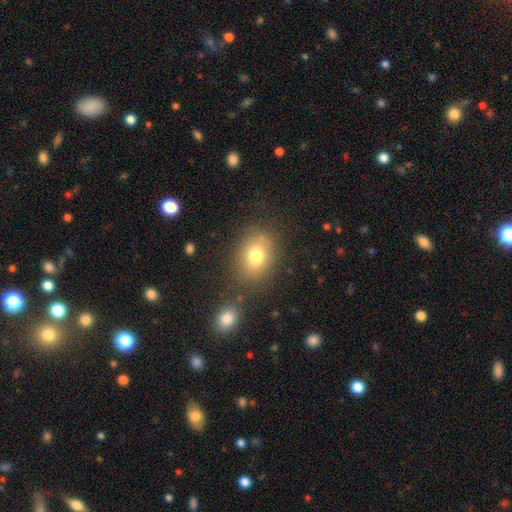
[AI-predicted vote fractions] Smooth or featured: smooth — 75% (star or artifact — 13%)
How rounded: in between — 54% (round — 45%)
Merging: none — 74% (minor disturbance — 13%)